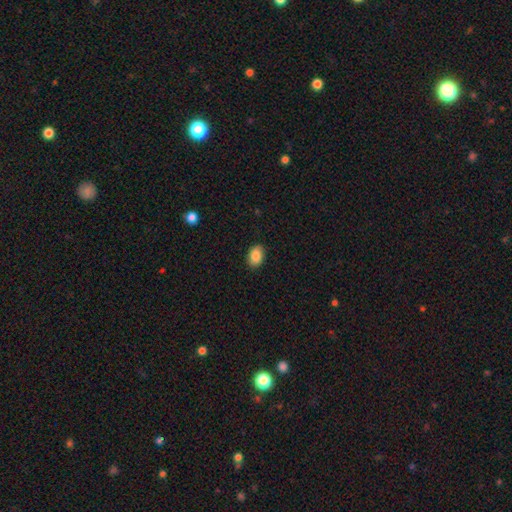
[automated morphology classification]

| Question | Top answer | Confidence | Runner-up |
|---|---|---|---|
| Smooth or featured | smooth | 87% | star or artifact (8%) |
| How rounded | in between | 82% | round (17%) |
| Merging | none | 87% | minor disturbance (10%) |